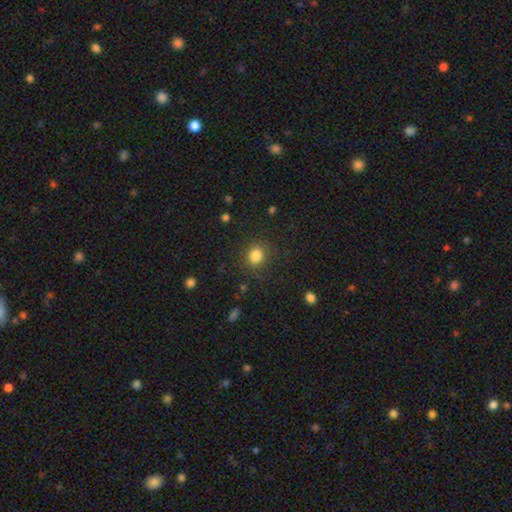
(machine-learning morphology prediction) Smooth or featured? smooth (84%)
How rounded? round (81%)
Merging? none (86%)